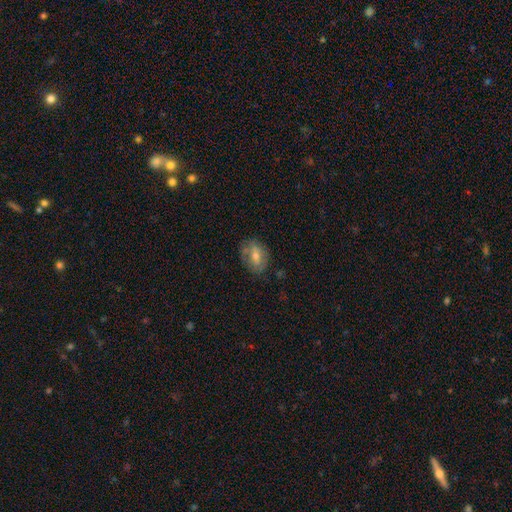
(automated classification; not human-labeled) This is possibly a smooth galaxy (49%). Merging: likely none (73%).